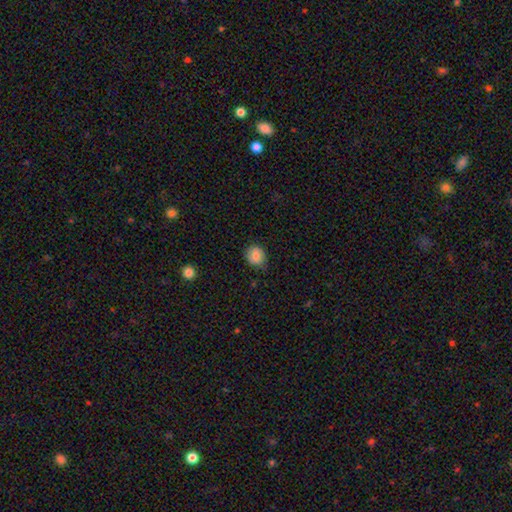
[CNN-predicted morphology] This appears to be a smooth galaxy with no disk features (84%) that is round (75%). Merging: none (78%).